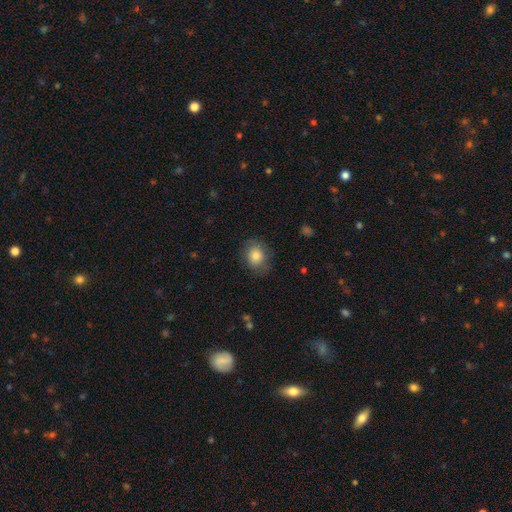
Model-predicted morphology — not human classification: A smooth galaxy with no disk features (80%) that is round (61%). Merging: none (77%).